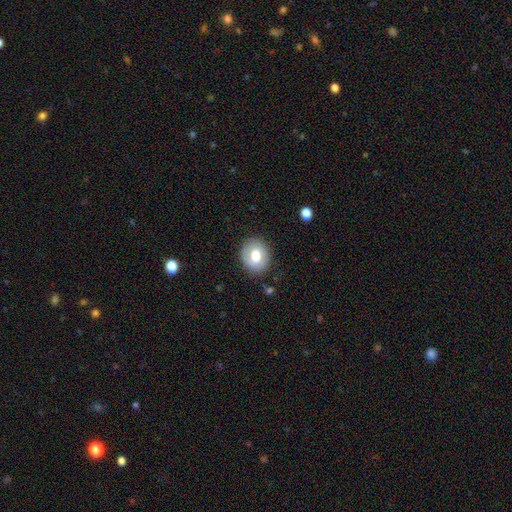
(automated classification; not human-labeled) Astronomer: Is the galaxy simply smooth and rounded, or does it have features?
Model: smooth — 66%.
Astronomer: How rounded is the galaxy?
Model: round — 61% (runner-up: in between, 38%).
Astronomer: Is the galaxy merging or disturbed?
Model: none — 83%.